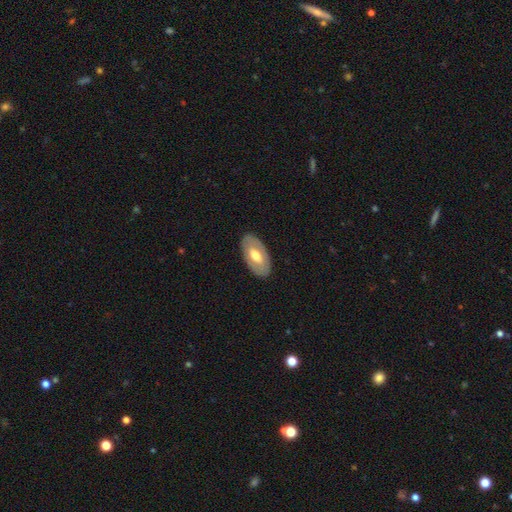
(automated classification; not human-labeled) smooth_or_featured: featured or disk (p=0.48) [alt: smooth p=0.47]
merging: none (p=0.86) [alt: minor disturbance p=0.10]